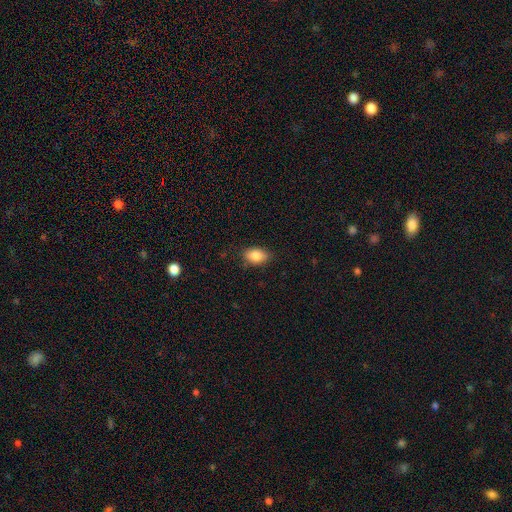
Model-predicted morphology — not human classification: A smooth galaxy with no disk features (86%) that is in between round and cigar-shaped (87%). Merging: none (84%).